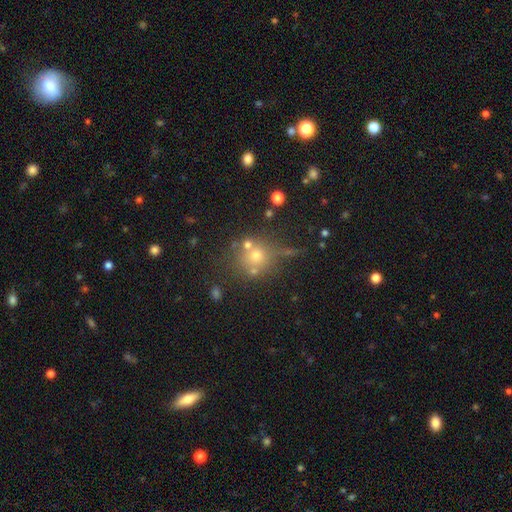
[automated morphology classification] type=smooth (58%); roundness=round (85%); merging=none (61%).